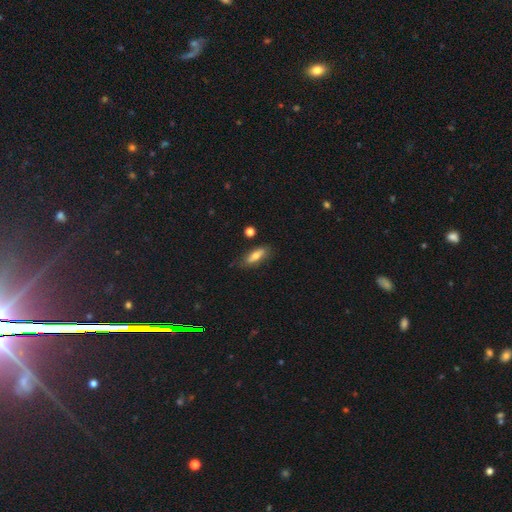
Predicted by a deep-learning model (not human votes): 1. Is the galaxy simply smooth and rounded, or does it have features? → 68% smooth, 24% featured or disk, 8% star or artifact.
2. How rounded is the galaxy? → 59% in between, 38% cigar-shaped, 3% round.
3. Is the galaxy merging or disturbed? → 74% none, 19% minor disturbance, 4% major disturbance, 3% merger.